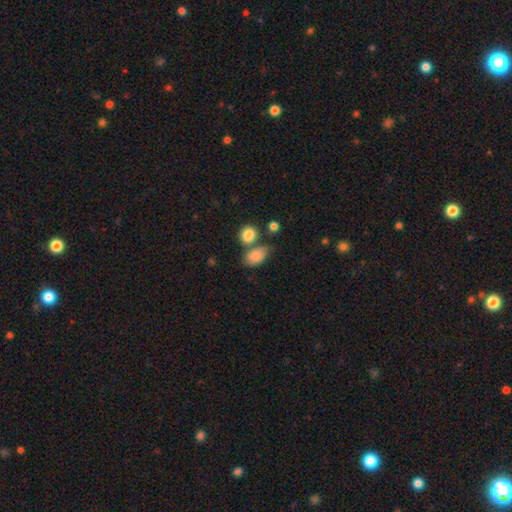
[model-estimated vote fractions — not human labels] Smooth or featured: smooth — 84% (star or artifact — 8%)
How rounded: in between — 85% (round — 13%)
Merging: none — 48% (merger — 26%)